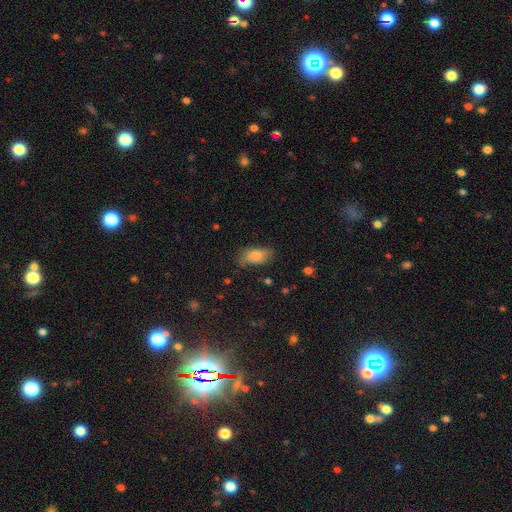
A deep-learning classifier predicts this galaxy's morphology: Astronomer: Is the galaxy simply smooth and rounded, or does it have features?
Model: smooth — 80%.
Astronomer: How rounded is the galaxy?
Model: in between — 87%.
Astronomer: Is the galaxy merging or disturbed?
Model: none — 67%.